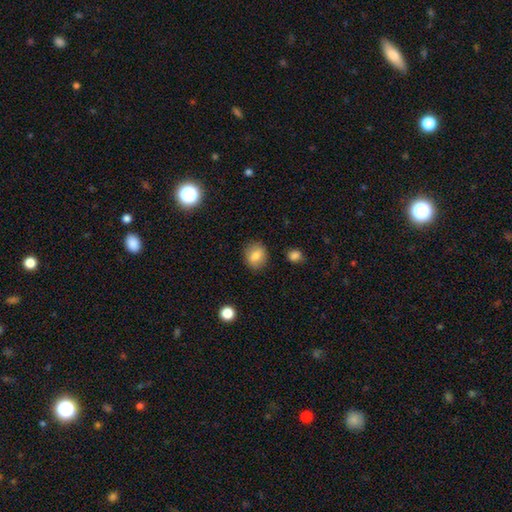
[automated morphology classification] Smooth or featured?
  - smooth: 82% *
  - star or artifact: 9%
  - featured or disk: 9%
How rounded?
  - round: 63% *
  - in between: 36%
  - cigar-shaped: 1%
Merging?
  - none: 86% *
  - minor disturbance: 10%
  - major disturbance: 3%
  - merger: 2%